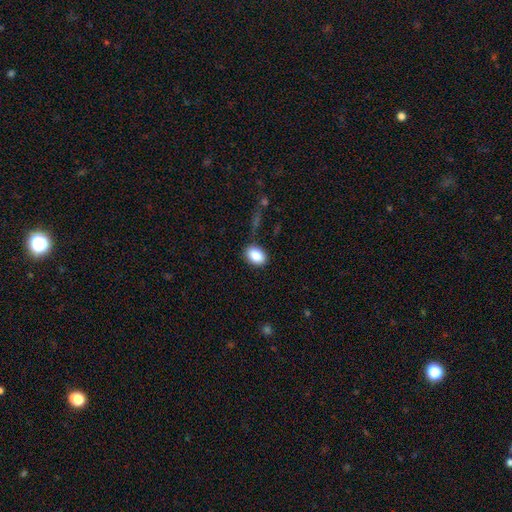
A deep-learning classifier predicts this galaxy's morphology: Smooth or featured? Predicted: smooth (p=0.85). How rounded? Predicted: in between (p=0.79). Merging? Predicted: none (p=0.85).